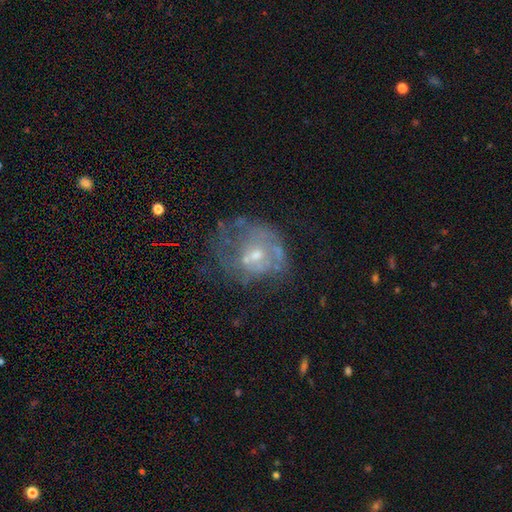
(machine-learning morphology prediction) Smooth or featured: featured or disk — 69% (smooth — 21%)
Edge-on disk: no — 98% (yes — 2%)
Bar: no — 74% (weak — 23%)
Spiral arms: no — 52% (yes — 48%)
Bulge size: moderate — 47% (small — 44%)
Merging: none — 38% (major disturbance — 32%)